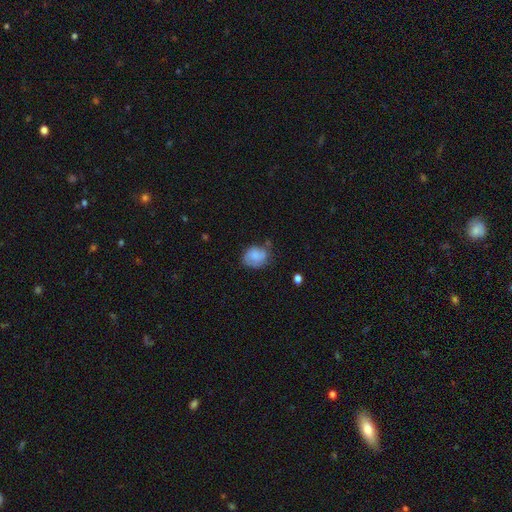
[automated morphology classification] The model was most divided on "how rounded": round: 54%, in between: 45%, cigar-shaped: 1%. More confident: smooth or featured — smooth (65%); merging — none (58%).